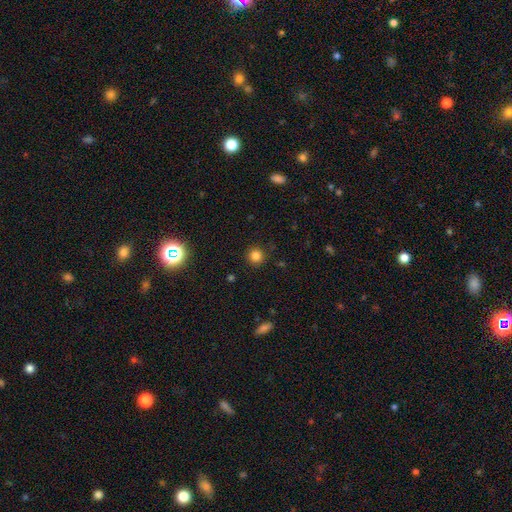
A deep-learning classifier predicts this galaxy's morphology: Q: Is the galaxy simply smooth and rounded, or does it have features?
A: smooth — 82%.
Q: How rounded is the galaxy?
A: round — 94%.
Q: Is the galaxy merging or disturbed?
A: none — 90%.